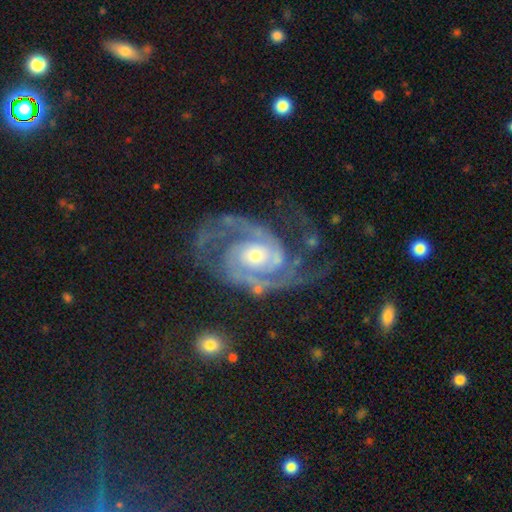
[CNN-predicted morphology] A featured or disk galaxy (92%) with no bar (66%), 2 (77%) tight (48%) spiral arms (98%) and a moderate central bulge (52%). Merging: none (62%).